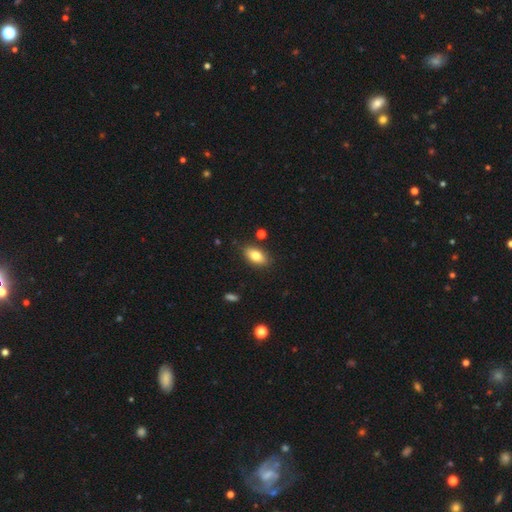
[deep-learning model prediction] Overall: smooth (80%). How rounded: in between (90%). Merging: none (86%).